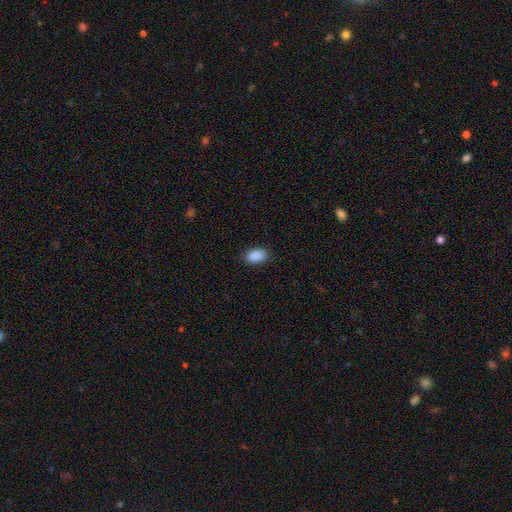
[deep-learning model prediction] A smooth galaxy with no disk features (90%) that is in between round and cigar-shaped (89%). Merging: none (86%).